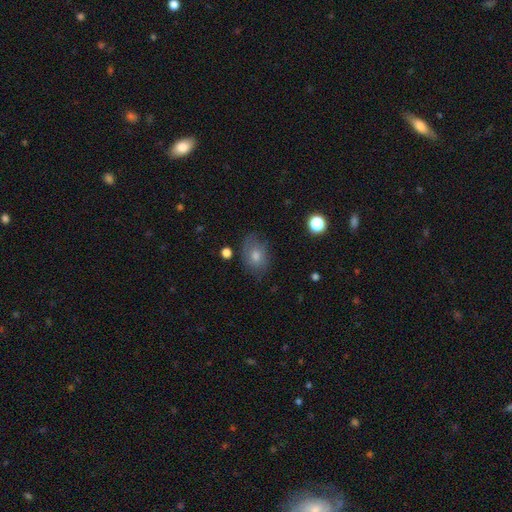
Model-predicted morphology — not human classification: A smooth galaxy with no disk features (61%) that is in between round and cigar-shaped (66%).

Vote fractions:
- Smooth or featured? smooth: 61% / featured or disk: 24% / star or artifact: 15%
- How rounded? in between: 66% / round: 32% / cigar-shaped: 1%
- Merging? none: 74% / minor disturbance: 19% / major disturbance: 6% / merger: 2%